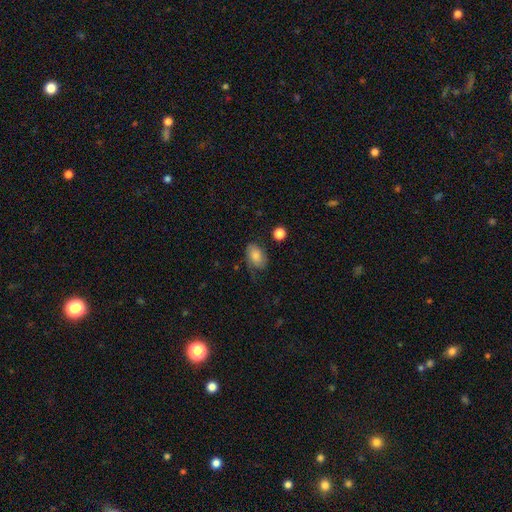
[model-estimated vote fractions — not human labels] This is likely a smooth galaxy (70%). How rounded: clearly in between (86%). Merging: possibly none (55%).